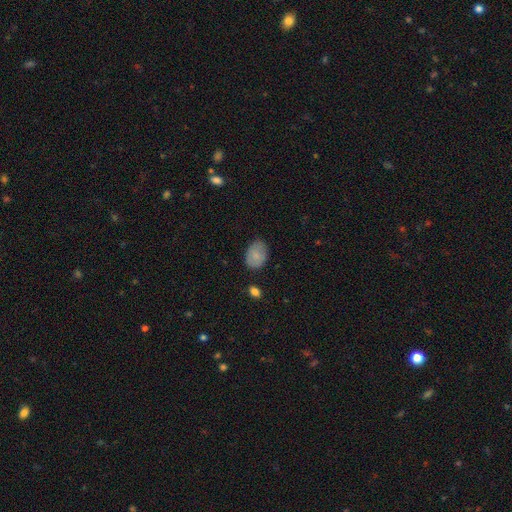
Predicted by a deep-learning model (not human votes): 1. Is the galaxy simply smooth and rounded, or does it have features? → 83% smooth, 10% featured or disk, 7% star or artifact.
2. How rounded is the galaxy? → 80% in between, 19% round, 1% cigar-shaped.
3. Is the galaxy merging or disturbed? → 75% none, 19% minor disturbance, 4% major disturbance, 2% merger.